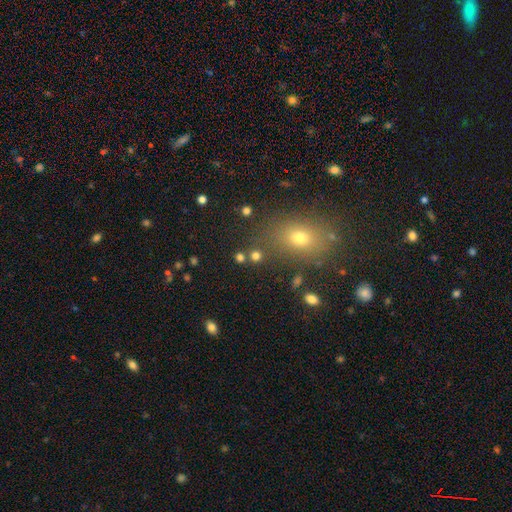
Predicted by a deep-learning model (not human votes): A smooth galaxy with no disk features (75%) that is round (84%).

Vote fractions:
- Smooth or featured? smooth: 75% / star or artifact: 19% / featured or disk: 7%
- How rounded? round: 84% / in between: 15% / cigar-shaped: 2%
- Merging? none: 76% / merger: 13% / minor disturbance: 8% / major disturbance: 4%